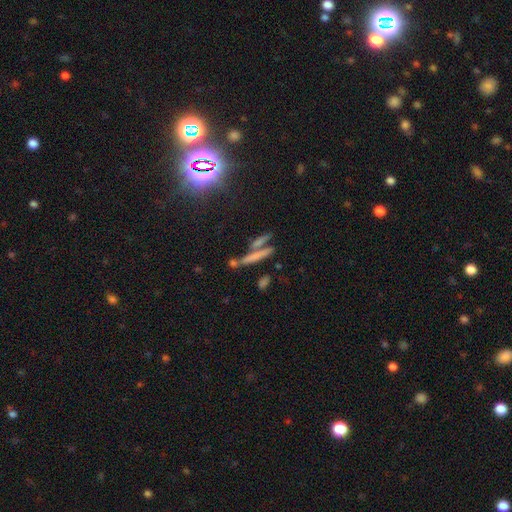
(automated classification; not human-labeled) Overall: smooth (52%; featured or disk 32%). How rounded: cigar-shaped (87%). Merging: none (58%; merger 27%).